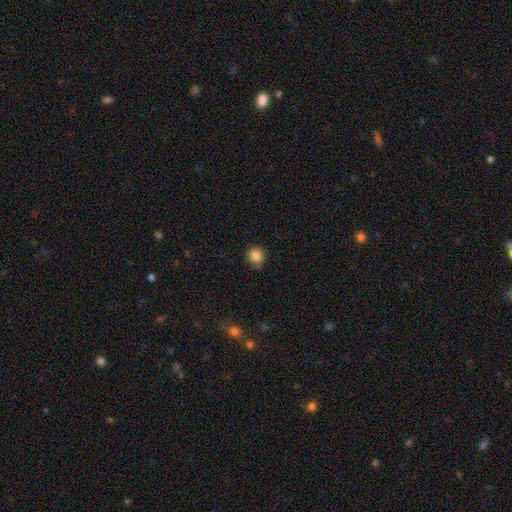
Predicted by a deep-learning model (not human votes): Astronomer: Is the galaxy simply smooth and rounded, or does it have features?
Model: smooth — 85%.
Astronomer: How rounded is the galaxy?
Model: round — 89%.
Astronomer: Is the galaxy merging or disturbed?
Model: none — 74%.